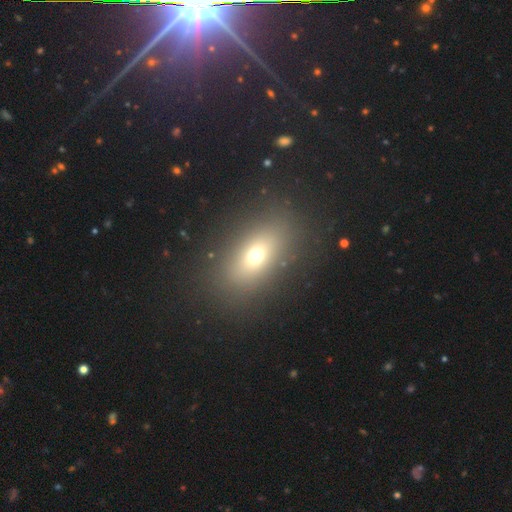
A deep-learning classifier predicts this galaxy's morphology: smooth-or-featured: smooth: 64% | featured or disk: 20% | star or artifact: 16%
  how-rounded: in between: 74% | round: 18% | cigar-shaped: 8%
  merging: none: 84% | minor disturbance: 9% | major disturbance: 6% | merger: 2%